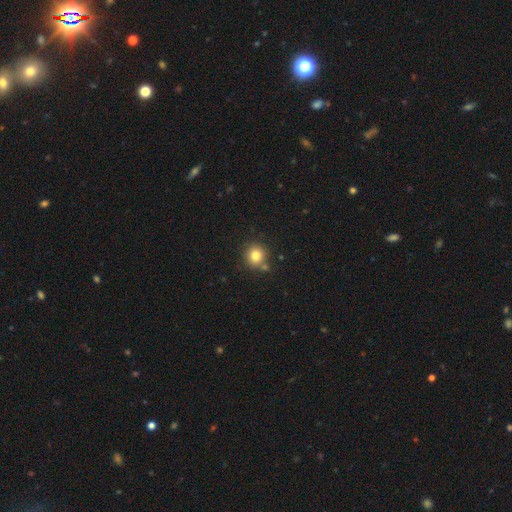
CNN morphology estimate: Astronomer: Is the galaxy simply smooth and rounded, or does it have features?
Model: smooth — 81%.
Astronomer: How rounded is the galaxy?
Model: round — 90%.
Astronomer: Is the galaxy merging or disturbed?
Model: none — 77%.